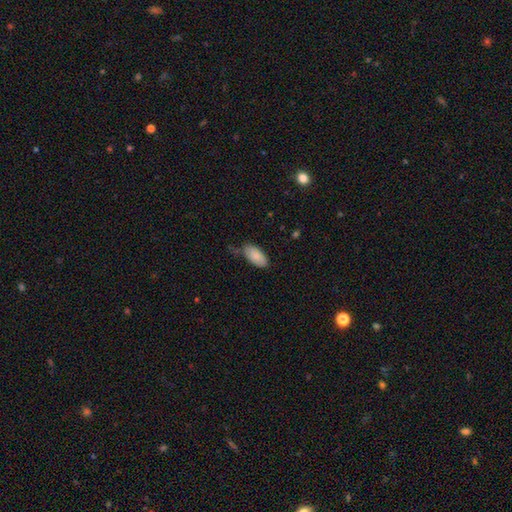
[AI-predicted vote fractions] Smooth or featured? smooth (86%)
How rounded? in between (94%)
Merging? none (67%)